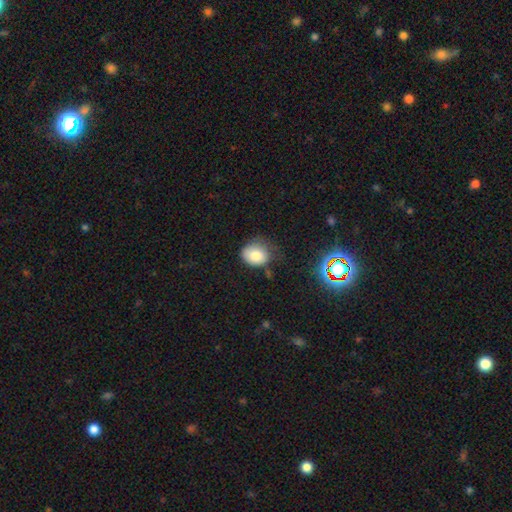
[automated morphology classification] type=smooth (79%); roundness=round (60%); merging=none (55%).